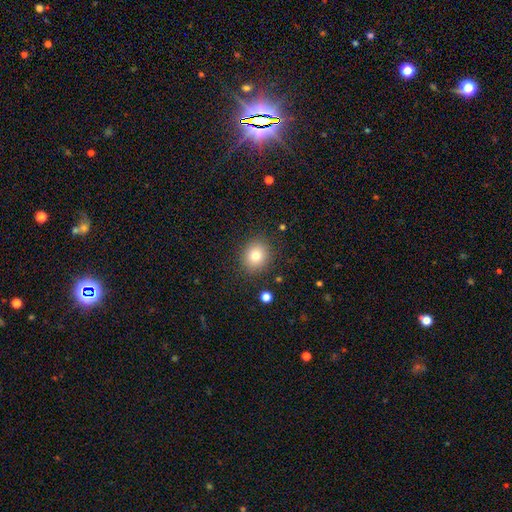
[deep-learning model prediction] Smooth or featured? Predicted: smooth (p=0.79). How rounded? Predicted: round (p=0.75). Merging? Predicted: none (p=0.87).